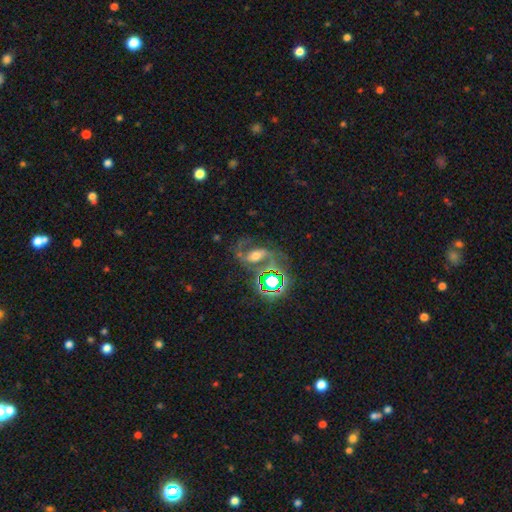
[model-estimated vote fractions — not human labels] This appears to be a featured or disk galaxy (66%) with a strong bar (41%), 2 (89%) medium (46%) spiral arms (92%) and a moderate central bulge (57%). Merging: none (61%).